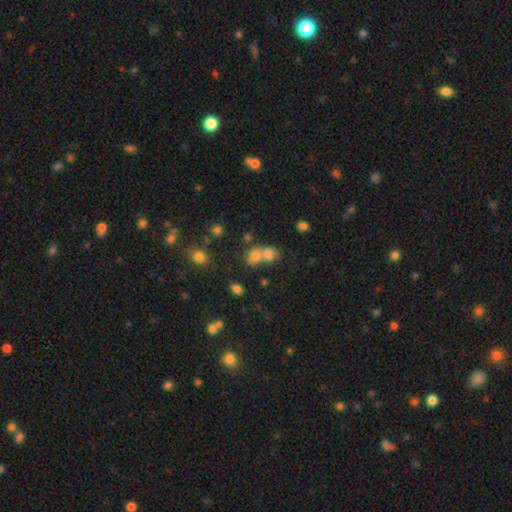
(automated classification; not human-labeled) Smooth or featured?
  - smooth: 67% *
  - star or artifact: 19%
  - featured or disk: 14%
How rounded?
  - round: 55% *
  - in between: 43%
  - cigar-shaped: 2%
Merging?
  - merger: 58% *
  - none: 31%
  - minor disturbance: 7%
  - major disturbance: 4%